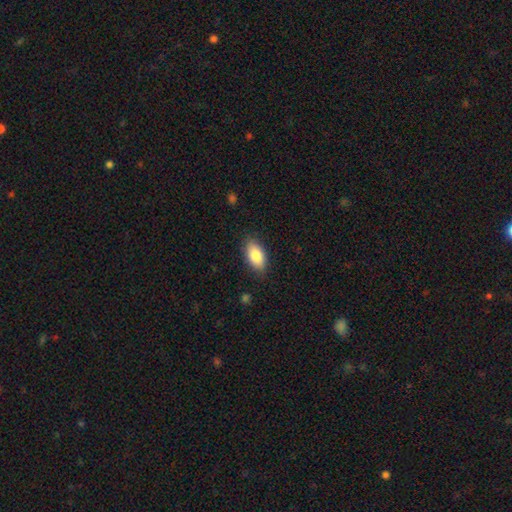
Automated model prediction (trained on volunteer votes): Q: Smooth or featured?
A: smooth (85%); runner-up: featured or disk (9%)
Q: How rounded?
A: in between (92%); runner-up: cigar-shaped (5%)
Q: Merging?
A: none (85%); runner-up: minor disturbance (11%)